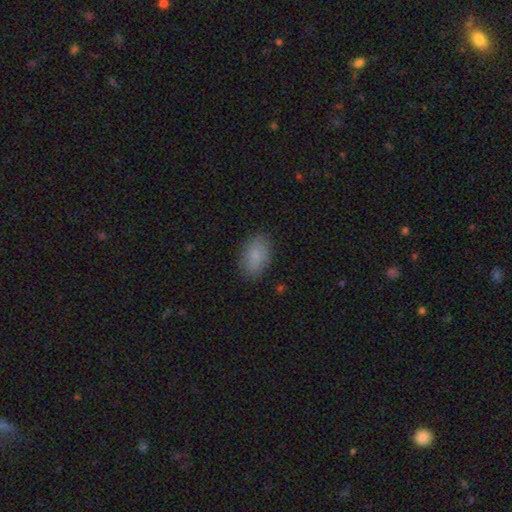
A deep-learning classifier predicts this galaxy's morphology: Q: Smooth or featured?
A: smooth (84%); runner-up: featured or disk (9%)
Q: How rounded?
A: in between (89%); runner-up: round (10%)
Q: Merging?
A: none (85%); runner-up: minor disturbance (11%)